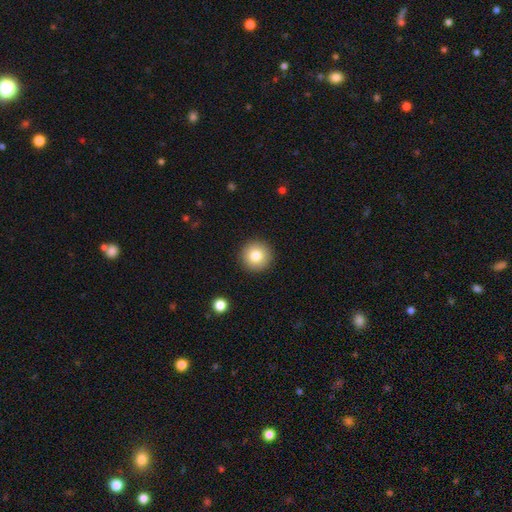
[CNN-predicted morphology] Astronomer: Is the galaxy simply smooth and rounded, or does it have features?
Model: smooth — 80%.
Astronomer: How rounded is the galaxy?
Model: round — 96%.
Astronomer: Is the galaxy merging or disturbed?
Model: none — 92%.